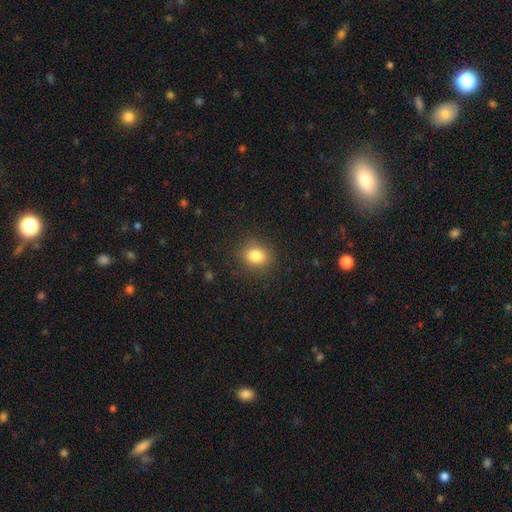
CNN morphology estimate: Smooth or featured? smooth (83%)
How rounded? round (60%)
Merging? none (86%)